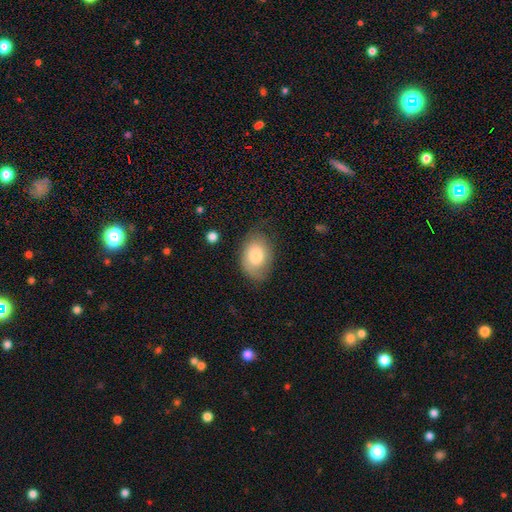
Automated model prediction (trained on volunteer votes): Q: Smooth or featured?
A: smooth (71%); runner-up: featured or disk (22%)
Q: How rounded?
A: in between (78%); runner-up: round (21%)
Q: Merging?
A: none (62%); runner-up: minor disturbance (27%)